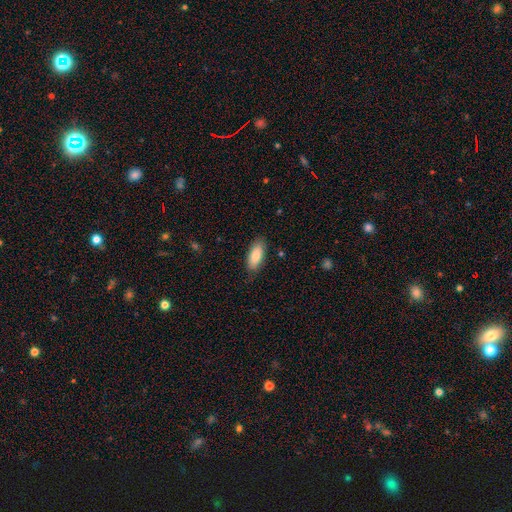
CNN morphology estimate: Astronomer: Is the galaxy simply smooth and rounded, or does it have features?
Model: smooth — 85%.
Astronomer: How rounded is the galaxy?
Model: in between — 82%.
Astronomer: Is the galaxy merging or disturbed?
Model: none — 82%.